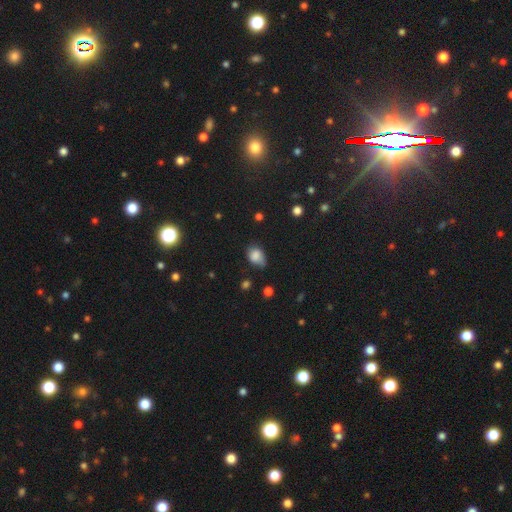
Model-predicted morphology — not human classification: Smooth or featured? Predicted: smooth (p=0.81). How rounded? Predicted: in between (p=0.68). Merging? Predicted: none (p=0.46).